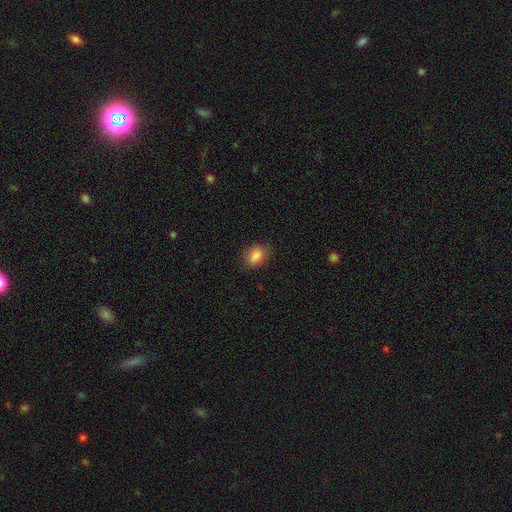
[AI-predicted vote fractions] Morphology: type=smooth (86%); roundness=in between (76%); merging=none (79%).